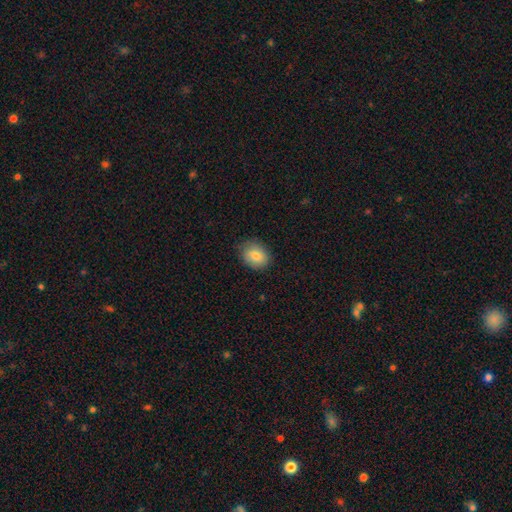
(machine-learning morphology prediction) The model was most divided on "how rounded": in between: 61%, round: 38%, cigar-shaped: 1%. More confident: smooth or featured — smooth (81%); merging — none (80%).